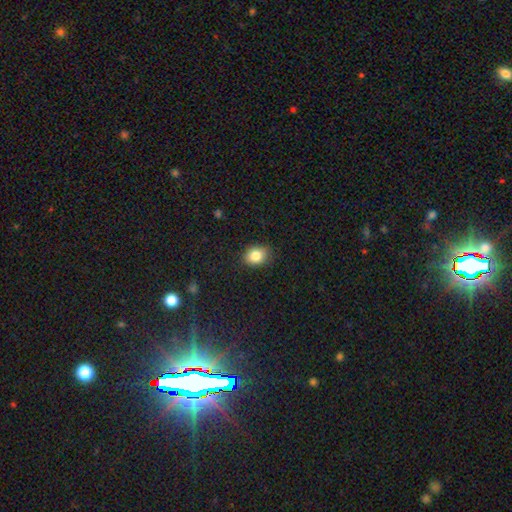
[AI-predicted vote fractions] Q: Smooth or featured?
A: smooth (84%); runner-up: star or artifact (9%)
Q: How rounded?
A: in between (58%); runner-up: round (41%)
Q: Merging?
A: none (84%); runner-up: minor disturbance (12%)